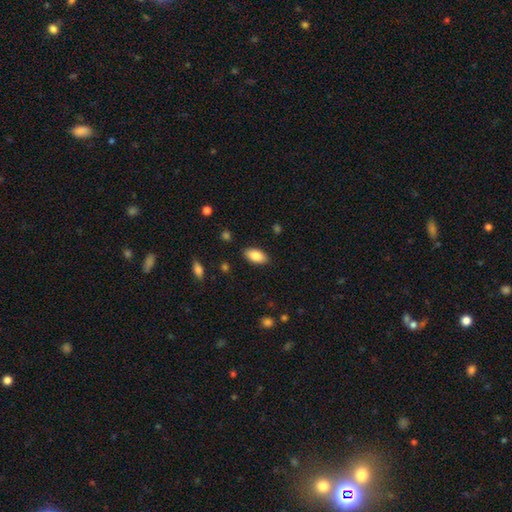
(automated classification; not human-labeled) smooth_or_featured: smooth (p=0.85) [alt: featured or disk p=0.08]
how_rounded: in between (p=0.92) [alt: cigar-shaped p=0.05]
merging: none (p=0.87) [alt: minor disturbance p=0.10]